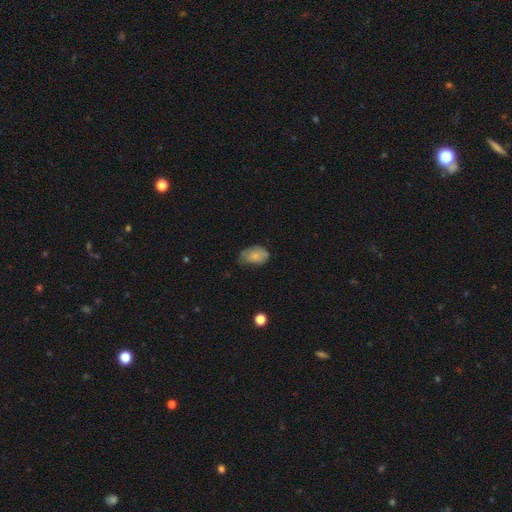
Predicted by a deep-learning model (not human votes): A smooth galaxy with no disk features (75%) that is in between round and cigar-shaped (86%). Merging: minor disturbance (42%, tied with none).